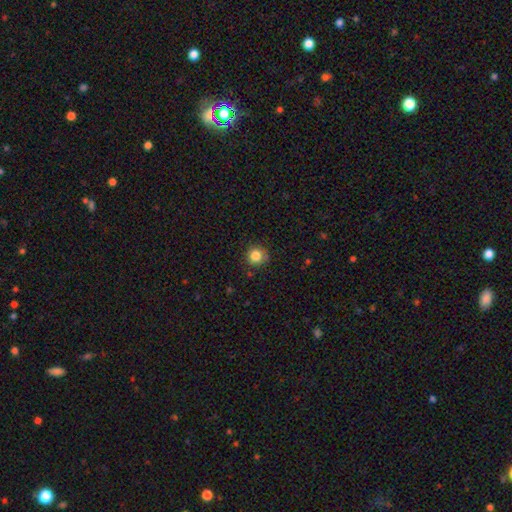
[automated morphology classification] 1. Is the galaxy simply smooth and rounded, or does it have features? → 83% smooth, 11% star or artifact, 6% featured or disk.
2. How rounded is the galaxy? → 91% round, 8% in between, 1% cigar-shaped.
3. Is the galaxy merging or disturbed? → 79% none, 15% minor disturbance, 4% major disturbance, 2% merger.